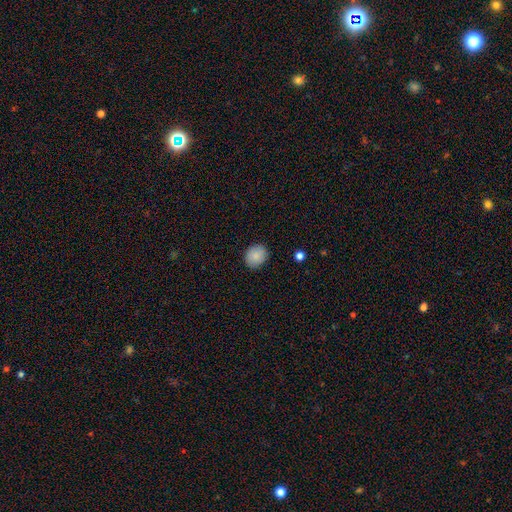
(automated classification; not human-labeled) Overall: smooth (87%). How rounded: round (70%). Merging: none (88%).